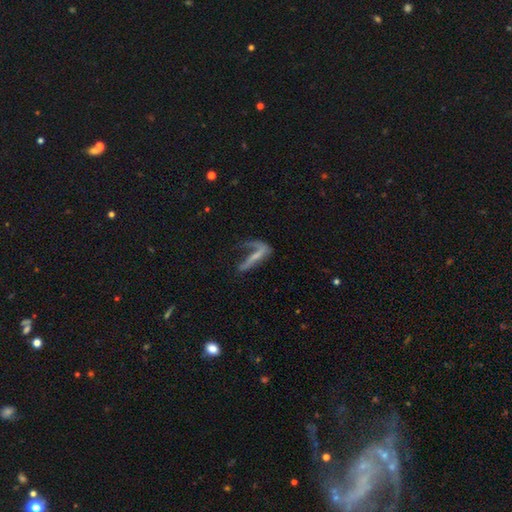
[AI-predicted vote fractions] Morphology: type=featured or disk (60%); edge-on=no (71%); merging=major disturbance (48%).